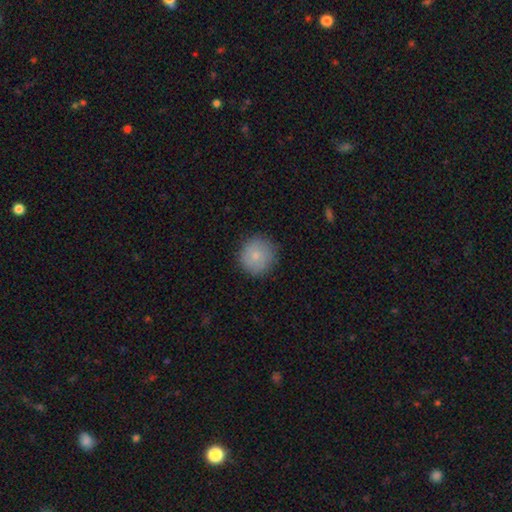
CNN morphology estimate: Q: Smooth or featured?
A: smooth (80%); runner-up: featured or disk (13%)
Q: How rounded?
A: round (93%); runner-up: in between (6%)
Q: Merging?
A: none (85%); runner-up: minor disturbance (11%)